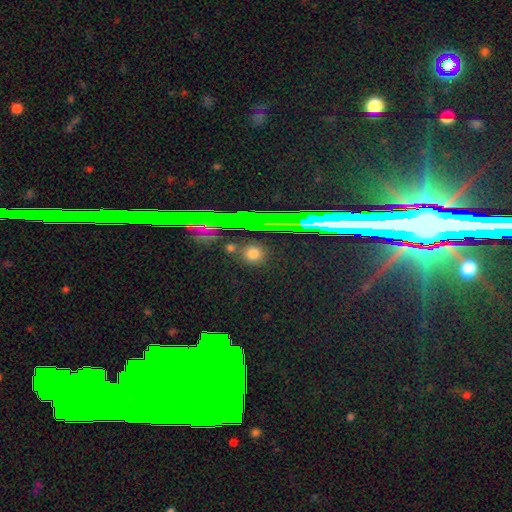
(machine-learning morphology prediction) star or artifact 74%, featured or disk 16%, smooth 10%.